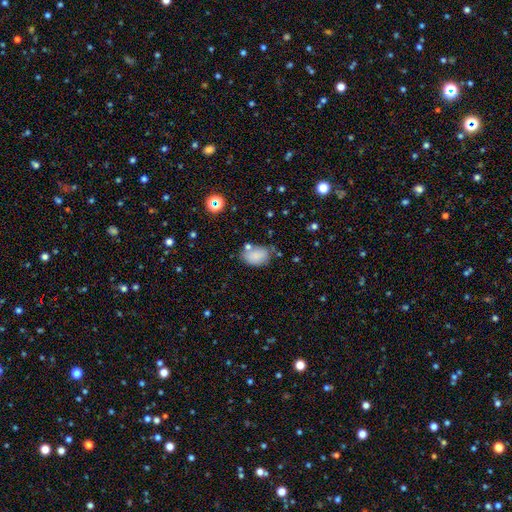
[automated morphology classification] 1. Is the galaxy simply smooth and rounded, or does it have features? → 82% smooth, 10% star or artifact, 9% featured or disk.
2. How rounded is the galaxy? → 79% in between, 20% round, 1% cigar-shaped.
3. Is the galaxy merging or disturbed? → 61% none, 22% minor disturbance, 11% merger, 6% major disturbance.